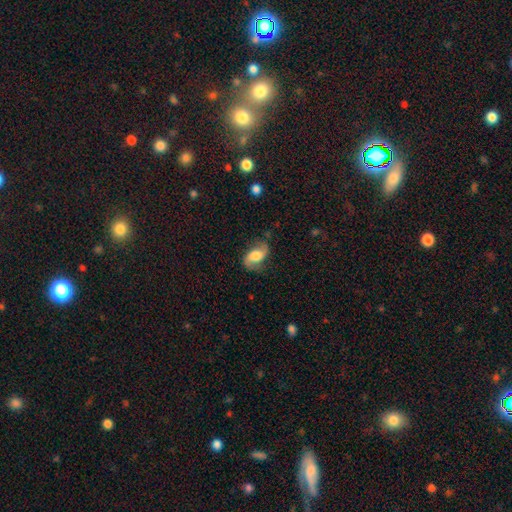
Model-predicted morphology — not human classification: featured or disk 57%, smooth 36%, star or artifact 7%. Down the decision tree: edge-on disk — no (95%); bar — no (50%); spiral arms — yes (89%); bulge size — moderate (48%); merging — none (69%).